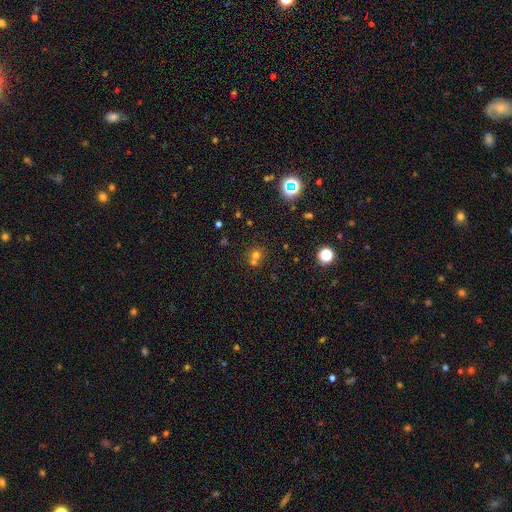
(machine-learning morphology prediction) type=smooth (61%); roundness=round (86%); merging=none (49%).